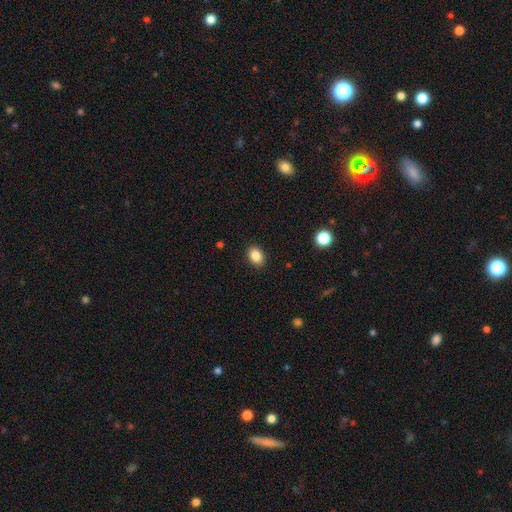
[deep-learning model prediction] Overall: smooth (86%). How rounded: in between (67%; round 32%). Merging: none (89%).